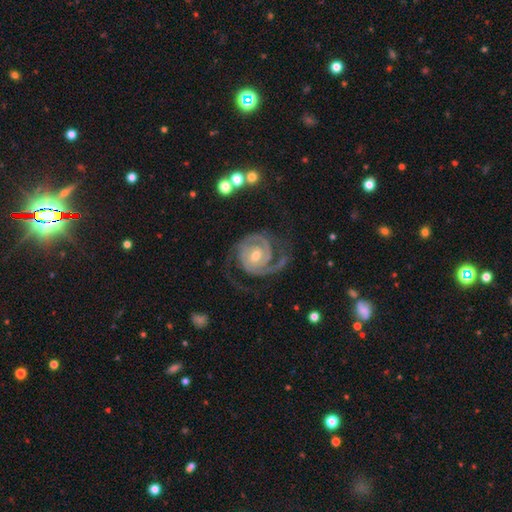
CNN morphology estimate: Q: Smooth or featured?
A: featured or disk (92%); runner-up: star or artifact (4%)
Q: Edge-on disk?
A: no (98%); runner-up: yes (2%)
Q: Bar?
A: no (55%); runner-up: weak (33%)
Q: Spiral arms?
A: yes (98%); runner-up: no (2%)
Q: Spiral winding?
A: tight (65%); runner-up: medium (29%)
Q: Spiral arm count?
A: 2 (78%); runner-up: 3 (10%)
Q: Bulge size?
A: moderate (58%); runner-up: small (38%)
Q: Merging?
A: none (71%); runner-up: minor disturbance (16%)